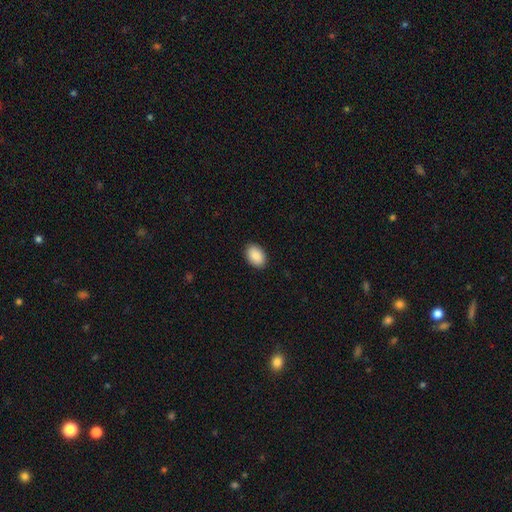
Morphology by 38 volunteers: This is clearly a smooth galaxy (92%). How rounded: clearly in between (89%). Merging: clearly none (97%).